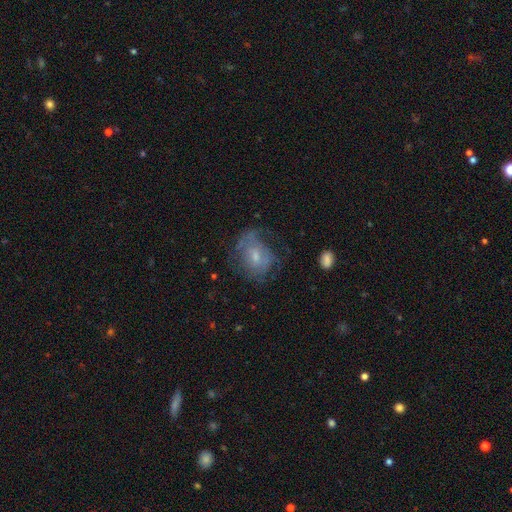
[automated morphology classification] Q: Smooth or featured?
A: featured or disk (54%); runner-up: smooth (35%)
Q: Edge-on disk?
A: no (96%); runner-up: yes (4%)
Q: Bar?
A: no (67%); runner-up: weak (29%)
Q: Spiral arms?
A: yes (56%); runner-up: no (44%)
Q: Bulge size?
A: small (50%); runner-up: moderate (41%)
Q: Merging?
A: none (46%); runner-up: major disturbance (26%)